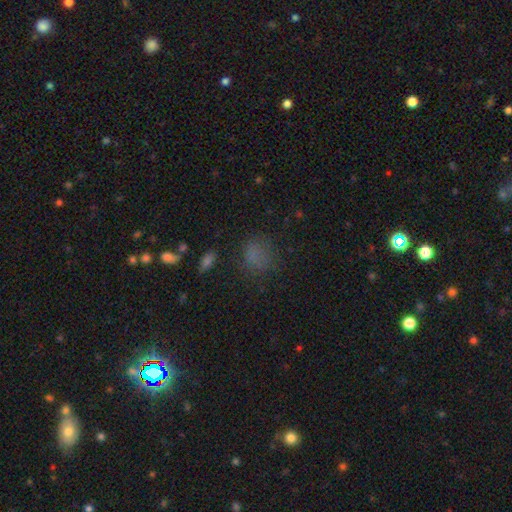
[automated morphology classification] Smooth or featured? smooth (71%)
How rounded? round (57%)
Merging? none (66%)